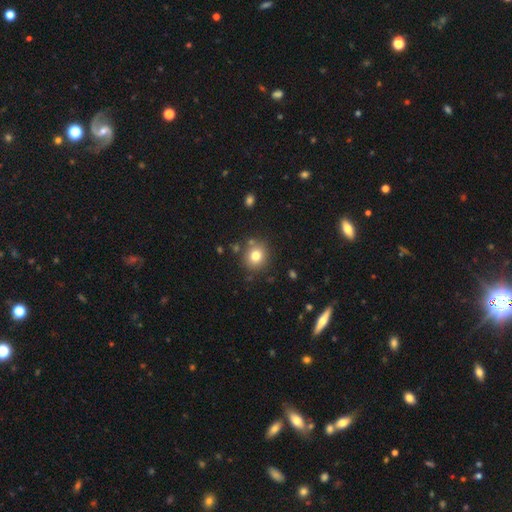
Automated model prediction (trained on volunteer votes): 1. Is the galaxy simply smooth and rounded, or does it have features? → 78% smooth, 13% star or artifact, 10% featured or disk.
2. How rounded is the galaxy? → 83% round, 16% in between, 1% cigar-shaped.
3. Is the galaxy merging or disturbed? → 83% none, 9% minor disturbance, 5% merger, 3% major disturbance.